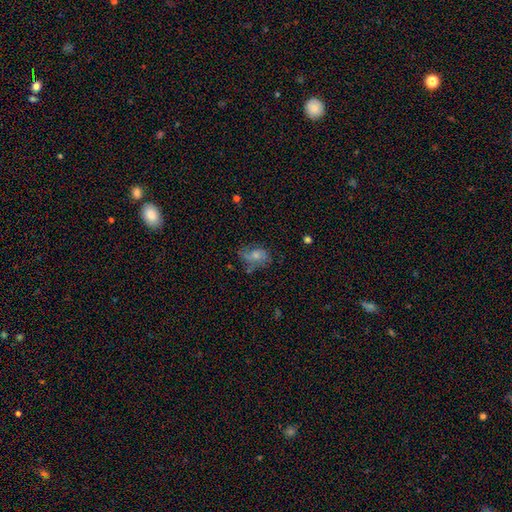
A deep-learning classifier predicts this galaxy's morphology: A smooth galaxy with no disk features (54%) that is in between round and cigar-shaped (76%). Merging: none (45%).